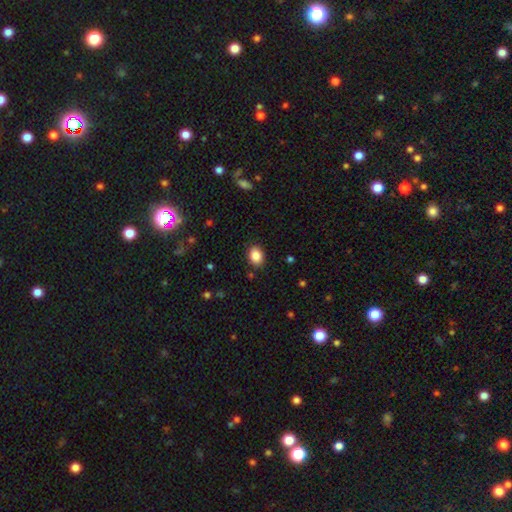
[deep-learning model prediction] Smooth or featured? smooth (87%)
How rounded? in between (69%)
Merging? none (88%)